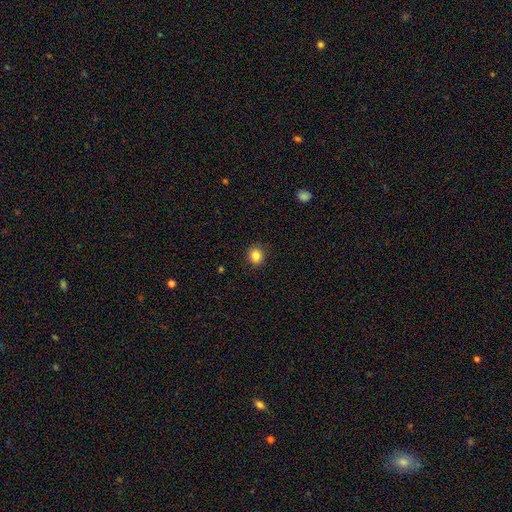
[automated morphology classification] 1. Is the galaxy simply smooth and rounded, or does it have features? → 84% smooth, 11% star or artifact, 5% featured or disk.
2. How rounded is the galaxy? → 81% round, 18% in between, 1% cigar-shaped.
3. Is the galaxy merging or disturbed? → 90% none, 7% minor disturbance, 2% major disturbance, 1% merger.